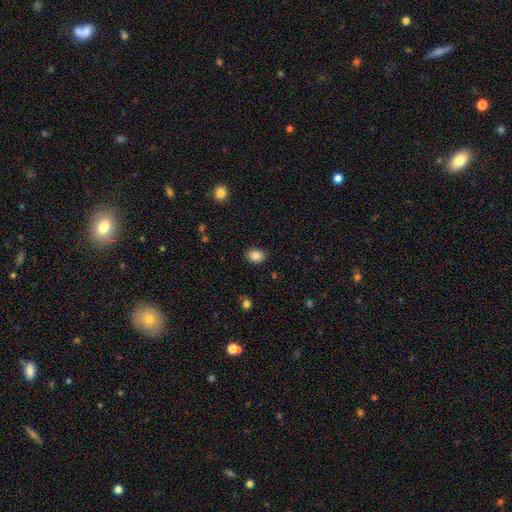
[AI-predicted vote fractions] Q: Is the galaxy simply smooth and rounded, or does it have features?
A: smooth — 86%.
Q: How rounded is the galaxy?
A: in between — 66%.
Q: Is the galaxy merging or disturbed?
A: none — 87%.